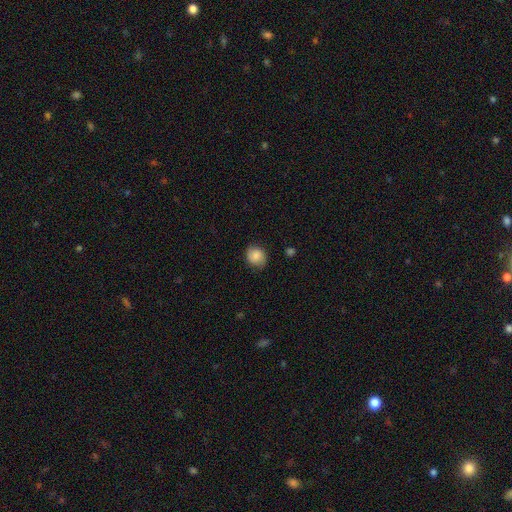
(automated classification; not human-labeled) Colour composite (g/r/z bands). It shows a smooth galaxy with no disk features (79%) that is round (78%). Merging: none (78%).